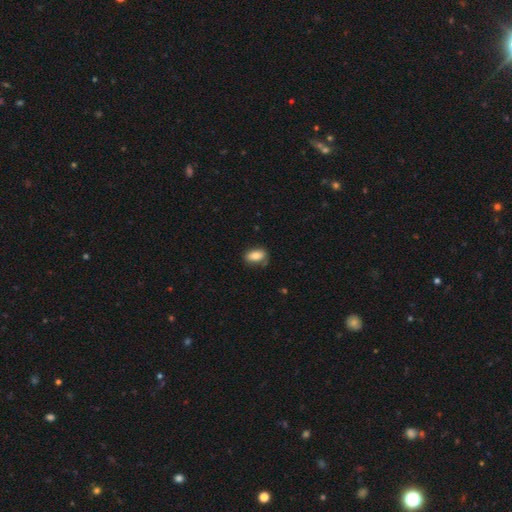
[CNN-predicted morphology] smooth_or_featured: smooth (p=0.81) [alt: featured or disk p=0.11]
how_rounded: in between (p=0.90) [alt: round p=0.07]
merging: none (p=0.71) [alt: minor disturbance p=0.22]